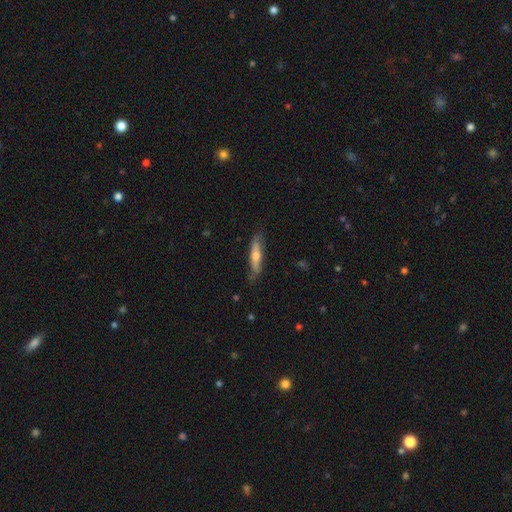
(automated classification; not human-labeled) Q: Smooth or featured?
A: featured or disk (48%); runner-up: smooth (46%)
Q: Merging?
A: none (79%); runner-up: minor disturbance (17%)